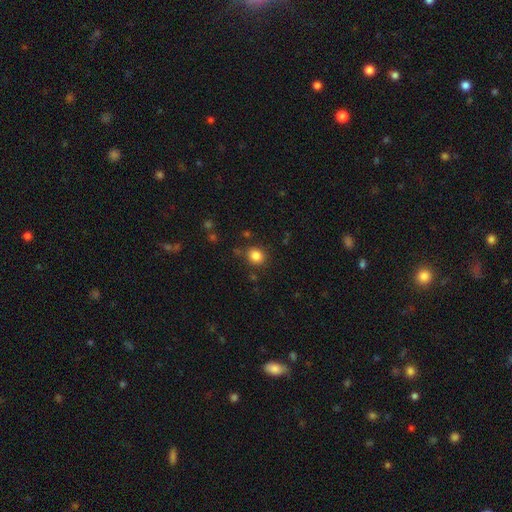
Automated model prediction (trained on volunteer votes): This is clearly a smooth galaxy (84%). How rounded: clearly round (81%). Merging: clearly none (84%).